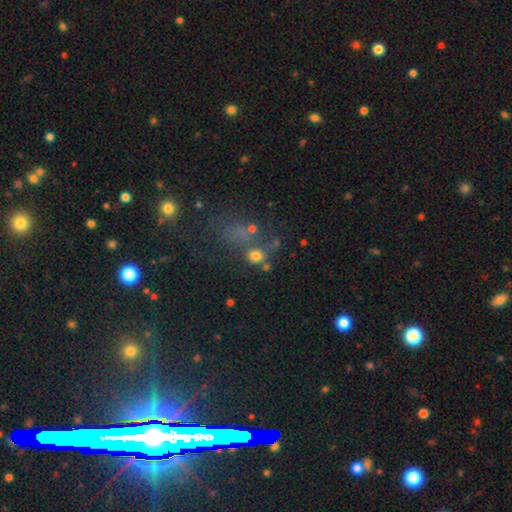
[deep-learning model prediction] Smooth or featured? smooth (69%)
How rounded? round (85%)
Merging? none (56%)